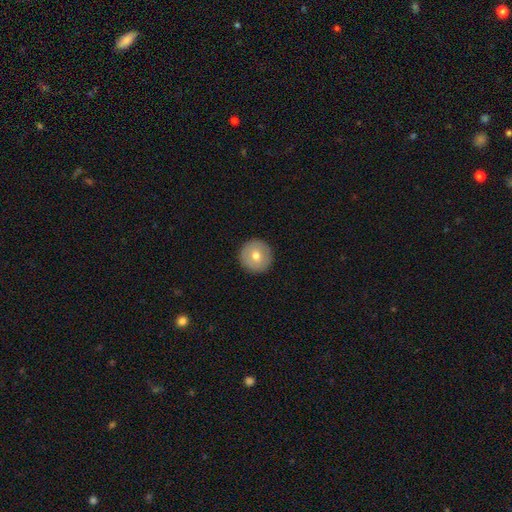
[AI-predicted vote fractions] Overall: smooth (71%). How rounded: round (96%). Merging: none (93%).